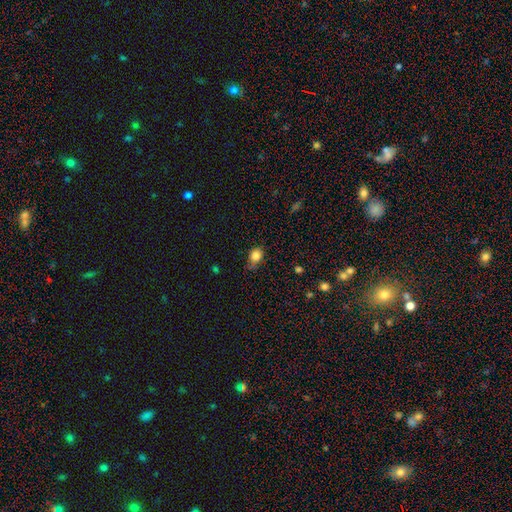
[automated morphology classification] Smooth or featured?
  - smooth: 82% *
  - star or artifact: 11%
  - featured or disk: 7%
How rounded?
  - round: 55% *
  - in between: 44%
  - cigar-shaped: 1%
Merging?
  - none: 61% *
  - minor disturbance: 30%
  - major disturbance: 6%
  - merger: 3%